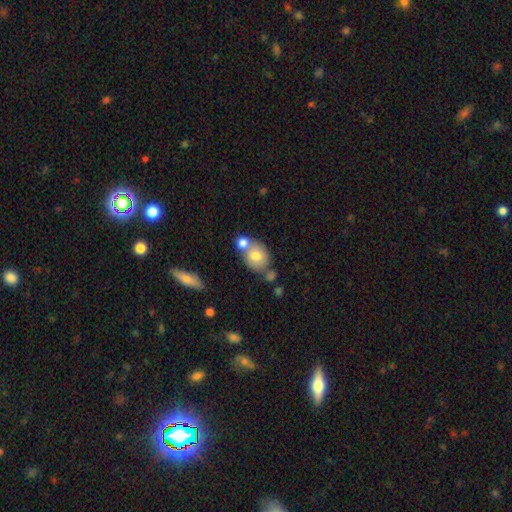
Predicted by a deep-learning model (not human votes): Smooth or featured?
  - smooth: 73% *
  - featured or disk: 18%
  - star or artifact: 8%
How rounded?
  - in between: 50% *
  - round: 49%
  - cigar-shaped: 2%
Merging?
  - merger: 48% *
  - none: 38%
  - minor disturbance: 10%
  - major disturbance: 4%